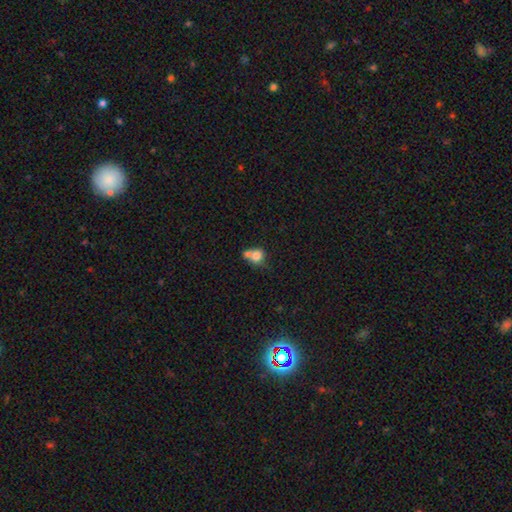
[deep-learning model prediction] Overall: smooth (76%). How rounded: round (72%). Merging: merger (55%; none 29%).